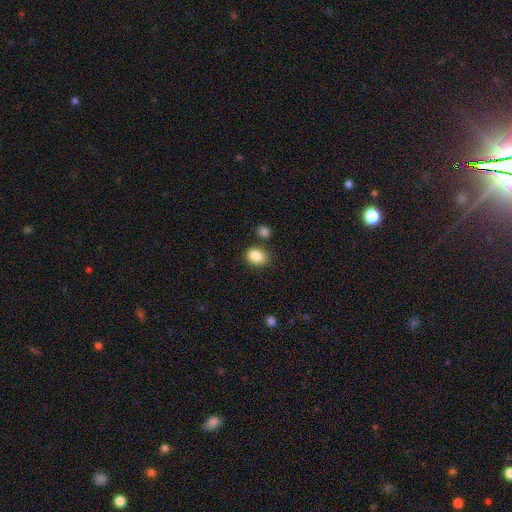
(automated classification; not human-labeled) smooth_or_featured: smooth (p=0.87) [alt: star or artifact p=0.09]
how_rounded: in between (p=0.58) [alt: round p=0.41]
merging: none (p=0.74) [alt: minor disturbance p=0.15]